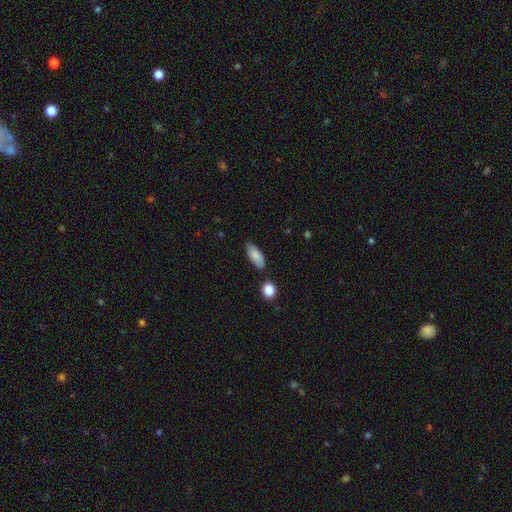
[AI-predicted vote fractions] A smooth galaxy with no disk features (84%) that is in between round and cigar-shaped (84%). Merging: none (74%).